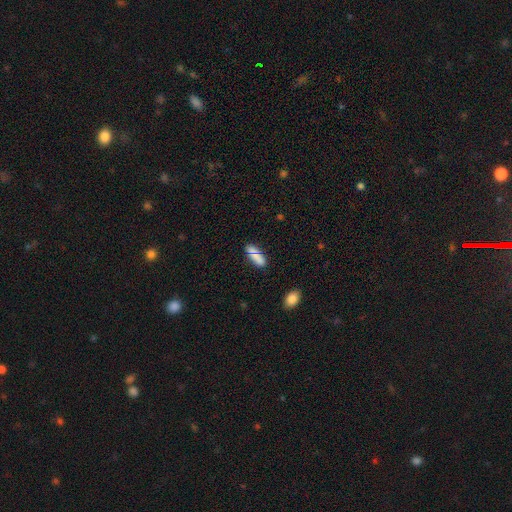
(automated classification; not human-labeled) A smooth galaxy with no disk features (75%) that is in between round and cigar-shaped (75%). Merging: none (69%).